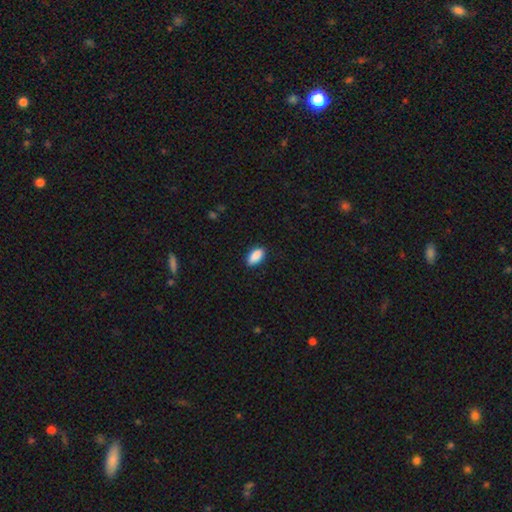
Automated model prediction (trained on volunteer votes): Smooth or featured? smooth (90%)
How rounded? in between (92%)
Merging? none (88%)